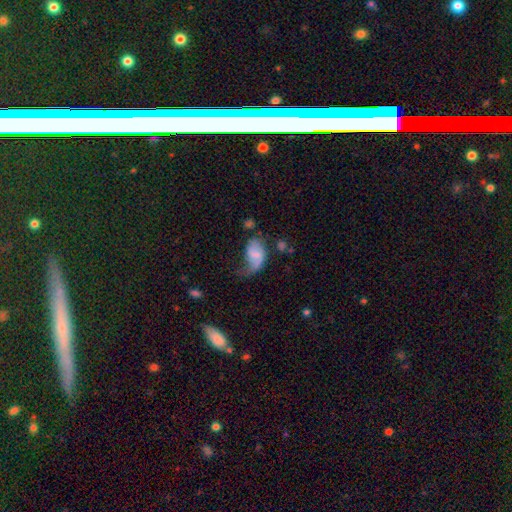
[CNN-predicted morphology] Smooth or featured: smooth — 49% (featured or disk — 42%)
Merging: major disturbance — 41% (minor disturbance — 29%)